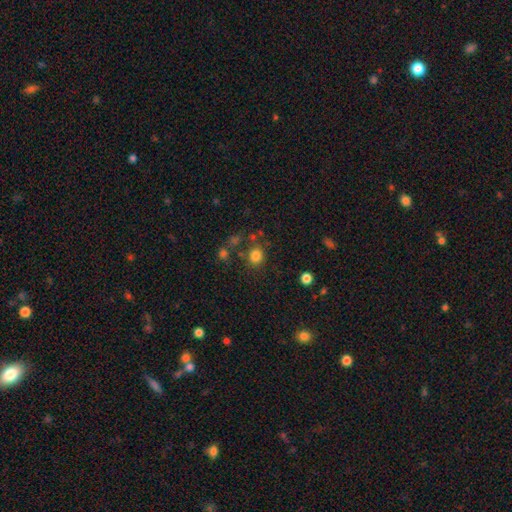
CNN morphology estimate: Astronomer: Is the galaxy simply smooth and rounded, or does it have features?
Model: smooth — 81%.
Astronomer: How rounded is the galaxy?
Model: round — 80%.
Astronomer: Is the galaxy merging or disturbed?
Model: none — 75%.